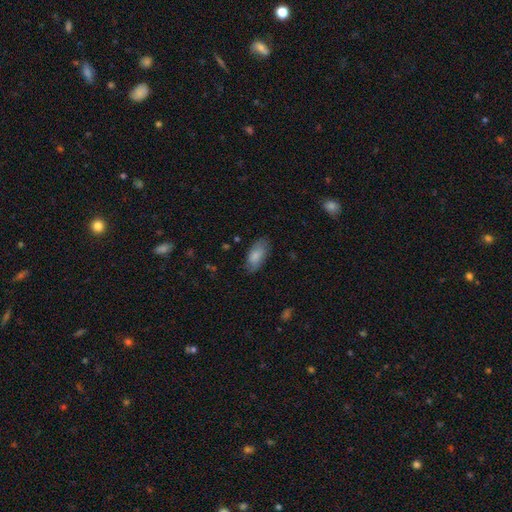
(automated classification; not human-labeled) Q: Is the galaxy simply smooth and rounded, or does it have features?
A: smooth — 81%.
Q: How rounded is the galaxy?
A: in between — 90%.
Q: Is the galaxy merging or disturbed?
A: none — 77%.